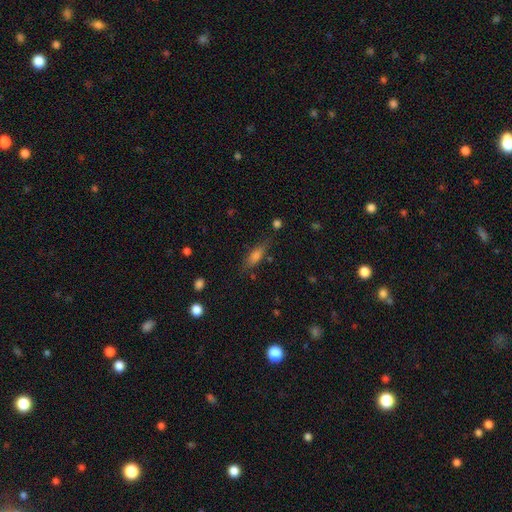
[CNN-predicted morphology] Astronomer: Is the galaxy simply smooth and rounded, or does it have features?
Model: smooth — 64%.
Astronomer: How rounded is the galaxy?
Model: in between — 49% (runner-up: cigar-shaped, 47%).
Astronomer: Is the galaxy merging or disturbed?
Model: none — 74%.